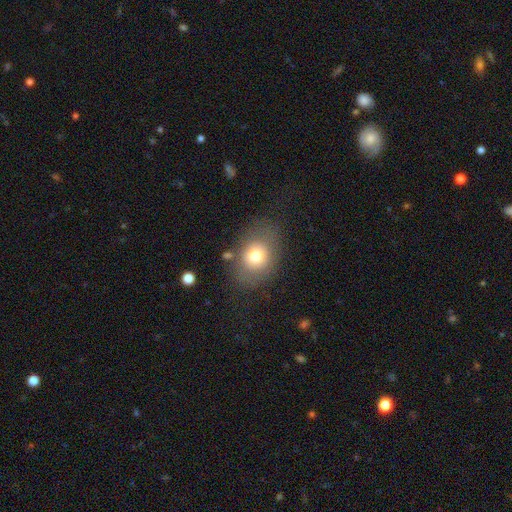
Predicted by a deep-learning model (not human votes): The model was most divided on "how rounded": in between: 58%, round: 41%, cigar-shaped: 1%. More confident: smooth or featured — smooth (73%); merging — none (69%).